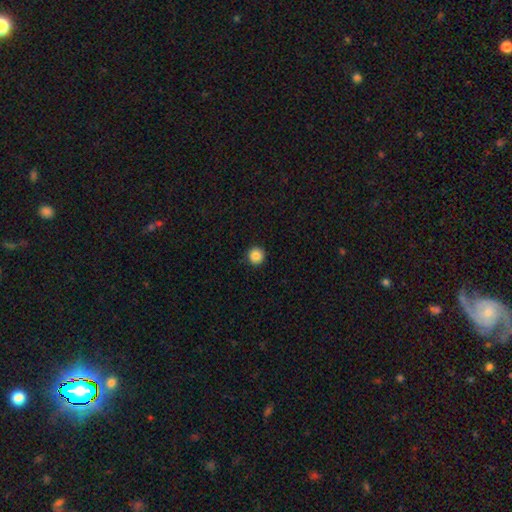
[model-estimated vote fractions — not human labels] Smooth or featured? smooth (87%)
How rounded? round (96%)
Merging? none (93%)